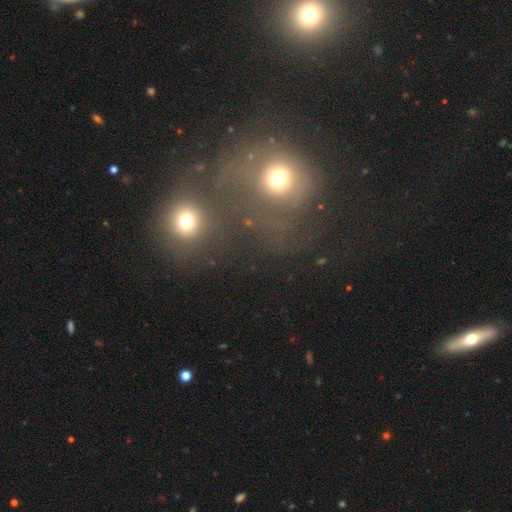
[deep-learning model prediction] Smooth or featured? smooth (51%)
How rounded? round (82%)
Merging? merger (49%)